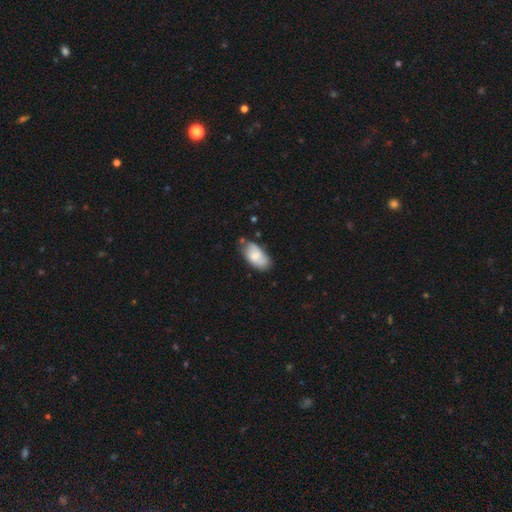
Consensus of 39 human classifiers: Morphology: type=smooth (79%); roundness=in between (97%); merging=none (75%).